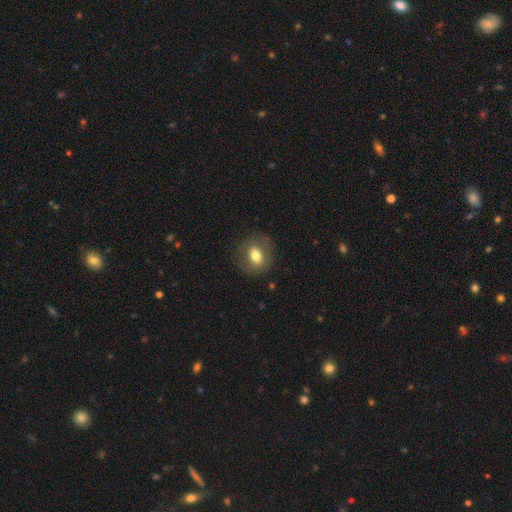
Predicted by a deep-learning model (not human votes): Morphology: type=smooth (69%); roundness=round (57%); merging=none (80%).